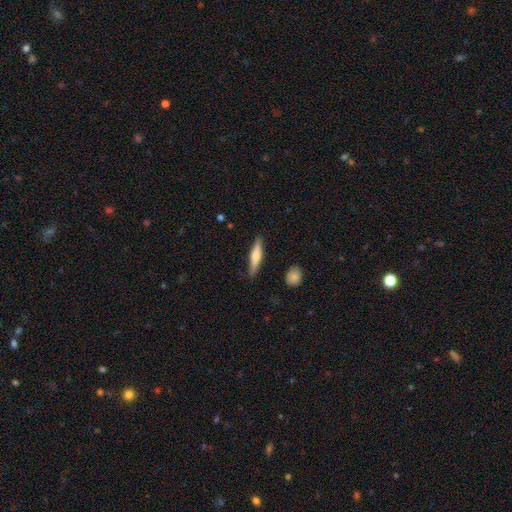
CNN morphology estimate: Smooth or featured? Predicted: smooth (p=0.56). How rounded? Predicted: cigar-shaped (p=0.85). Merging? Predicted: none (p=0.88).